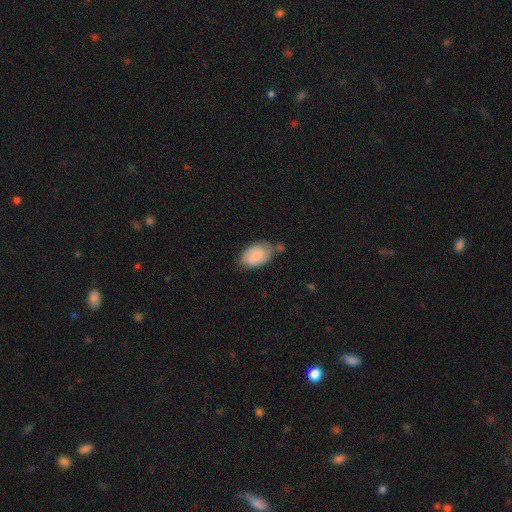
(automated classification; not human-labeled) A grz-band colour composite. It shows a smooth galaxy with no disk features (80%) that is in between round and cigar-shaped (91%). Merging: none (57%).